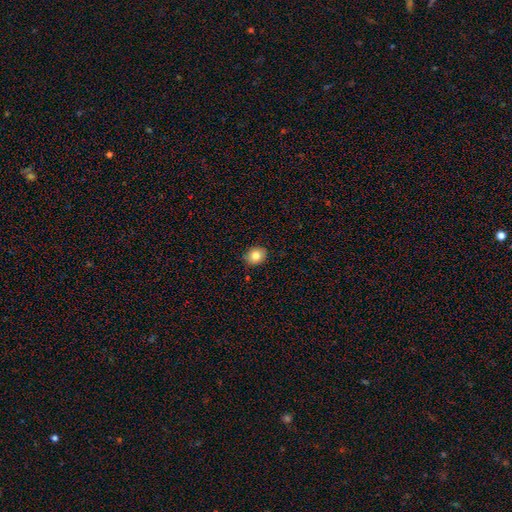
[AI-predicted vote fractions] This appears to be a smooth galaxy with no disk features (83%) that is round (59%). Merging: none (88%).